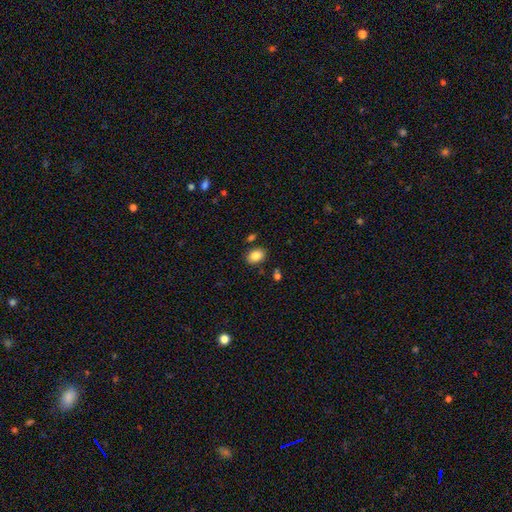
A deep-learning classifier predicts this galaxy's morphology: Smooth or featured? smooth (85%)
How rounded? in between (79%)
Merging? none (82%)